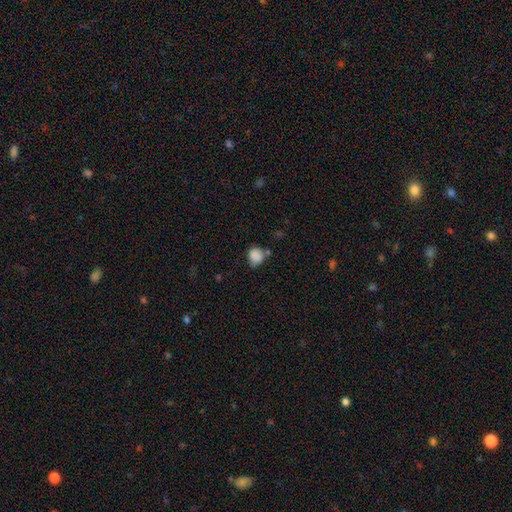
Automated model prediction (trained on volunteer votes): smooth_or_featured: smooth (p=0.85) [alt: star or artifact p=0.10]
how_rounded: round (p=0.69) [alt: in between p=0.30]
merging: none (p=0.56) [alt: minor disturbance p=0.26]